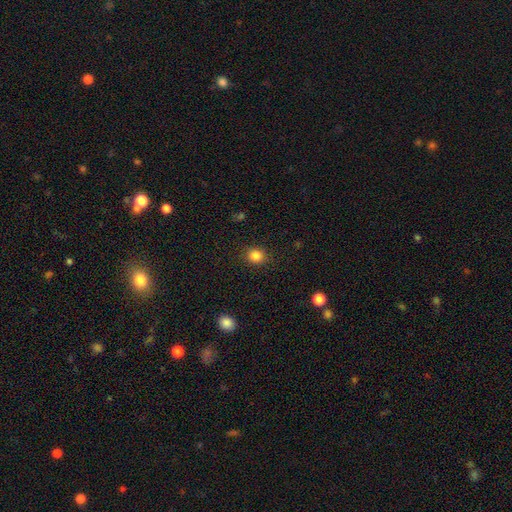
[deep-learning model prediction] A smooth galaxy with no disk features (84%) that is round (78%). Merging: none (88%).